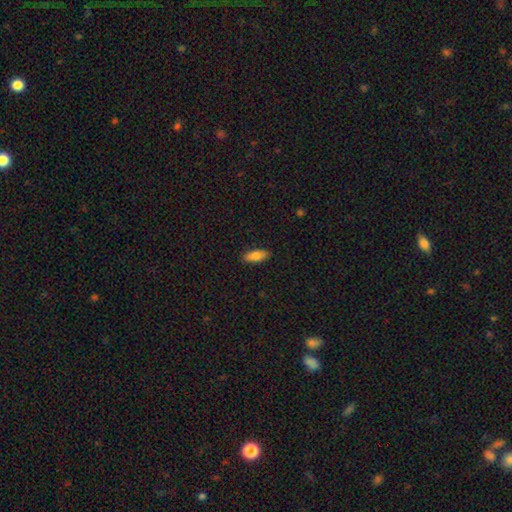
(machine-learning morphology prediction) type=smooth (81%); roundness=in between (77%); merging=none (88%).